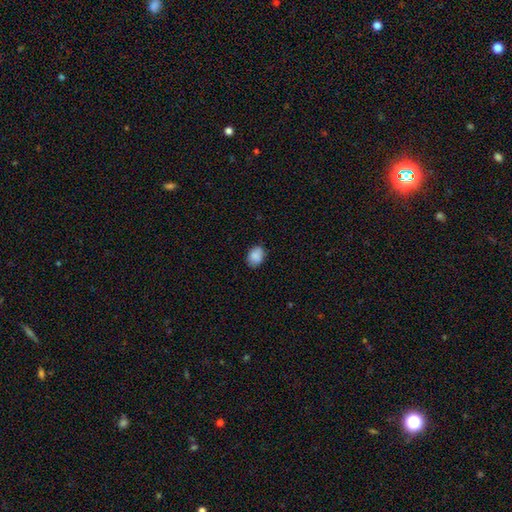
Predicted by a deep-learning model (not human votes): Smooth or featured: smooth — 87% (star or artifact — 8%)
How rounded: in between — 67% (round — 32%)
Merging: none — 80% (minor disturbance — 16%)